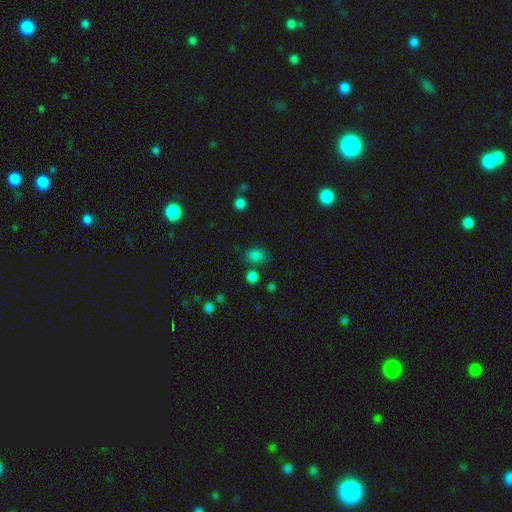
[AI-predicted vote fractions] A smooth galaxy with no disk features (79%) that is in between round and cigar-shaped (66%). Merging: none (69%).